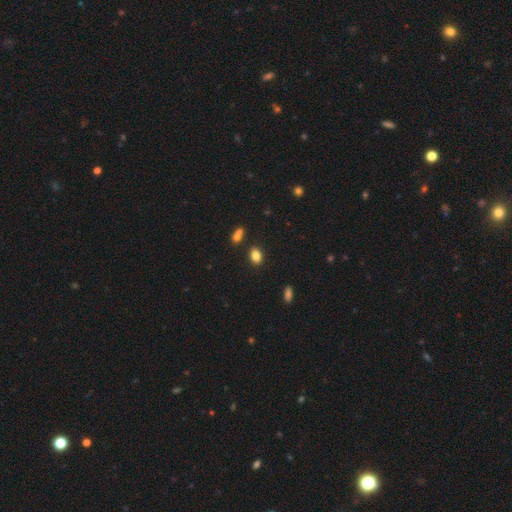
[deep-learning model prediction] smooth-or-featured: smooth: 84% | star or artifact: 11% | featured or disk: 6%
  how-rounded: in between: 74% | round: 25% | cigar-shaped: 2%
  merging: none: 82% | minor disturbance: 9% | merger: 7% | major disturbance: 2%